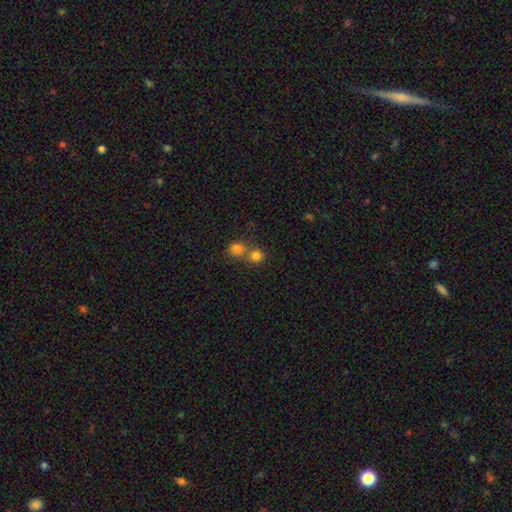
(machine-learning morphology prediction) Smooth or featured? Predicted: smooth (p=0.79). How rounded? Predicted: round (p=0.82). Merging? Predicted: merger (p=0.46).